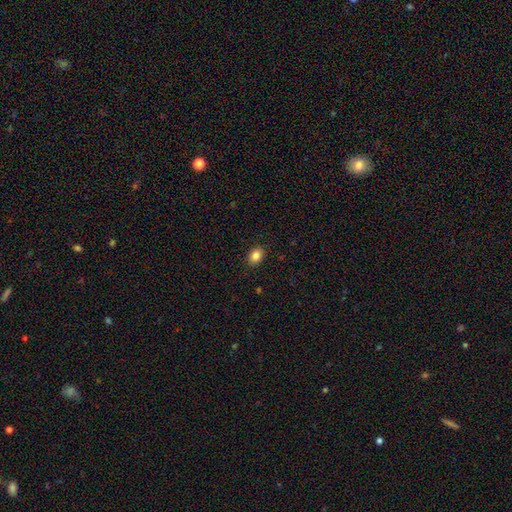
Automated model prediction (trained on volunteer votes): A smooth galaxy with no disk features (86%) that is in between round and cigar-shaped (70%).

Vote fractions:
- Smooth or featured? smooth: 86% / star or artifact: 9% / featured or disk: 5%
- How rounded? in between: 70% / round: 29% / cigar-shaped: 1%
- Merging? none: 90% / minor disturbance: 7% / major disturbance: 2% / merger: 1%